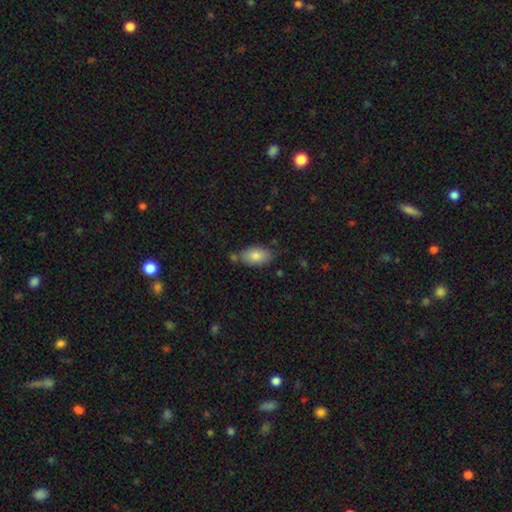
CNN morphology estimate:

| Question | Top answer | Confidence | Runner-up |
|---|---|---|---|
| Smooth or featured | smooth | 82% | featured or disk (11%) |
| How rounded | in between | 92% | round (5%) |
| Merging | none | 71% | minor disturbance (18%) |